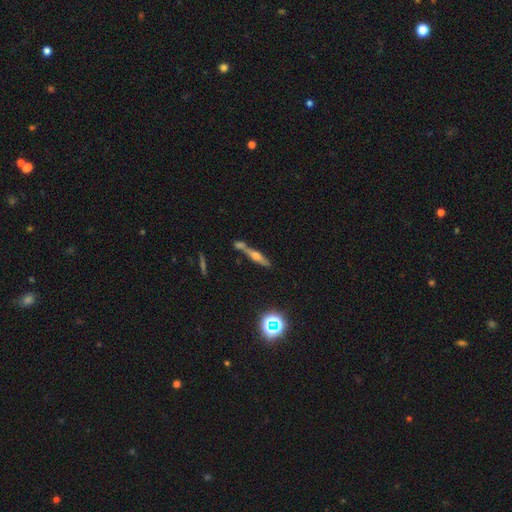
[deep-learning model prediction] smooth_or_featured: featured or disk (p=0.58) [alt: smooth p=0.29]
disk_edge_on: yes (p=0.92) [alt: no p=0.08]
edge_on_bulge: rounded (p=0.87) [alt: boxy p=0.07]
merging: none (p=0.58) [alt: merger p=0.28]